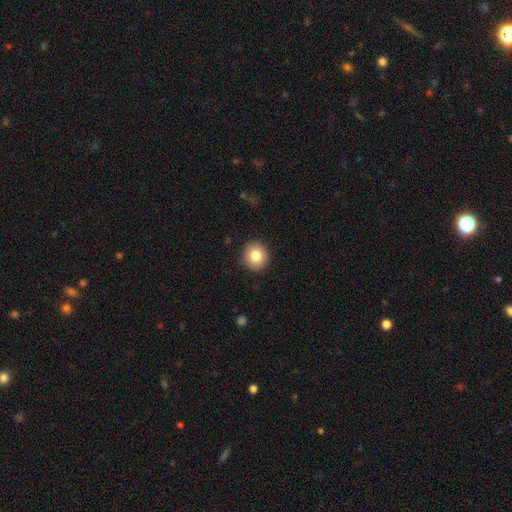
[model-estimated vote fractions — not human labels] Smooth or featured? Predicted: smooth (p=0.82). How rounded? Predicted: round (p=0.90). Merging? Predicted: none (p=0.91).